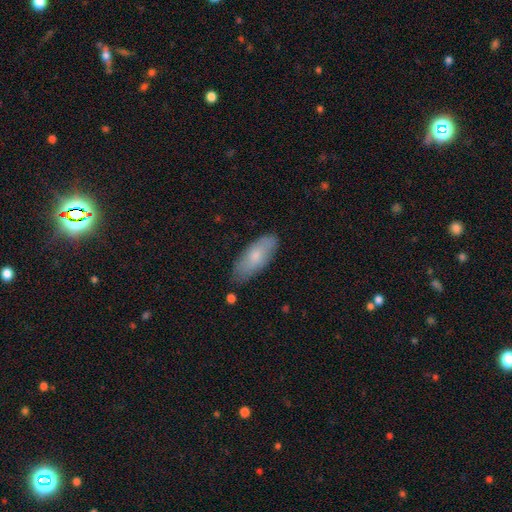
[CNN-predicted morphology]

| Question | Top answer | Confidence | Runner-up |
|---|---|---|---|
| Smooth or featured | smooth | 71% | featured or disk (22%) |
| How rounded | in between | 76% | cigar-shaped (21%) |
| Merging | none | 80% | minor disturbance (15%) |